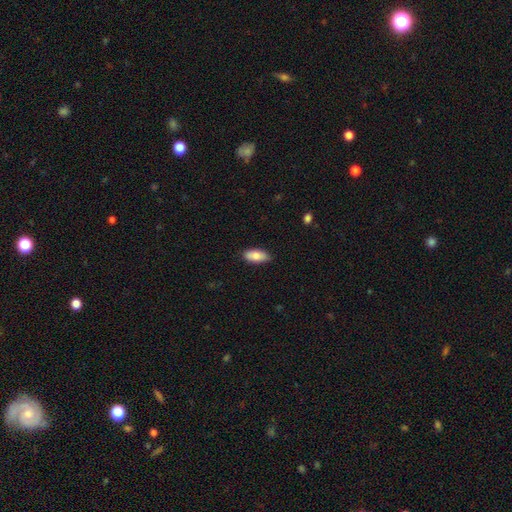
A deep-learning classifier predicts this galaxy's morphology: Smooth or featured? Predicted: smooth (p=0.82). How rounded? Predicted: in between (p=0.87). Merging? Predicted: none (p=0.86).